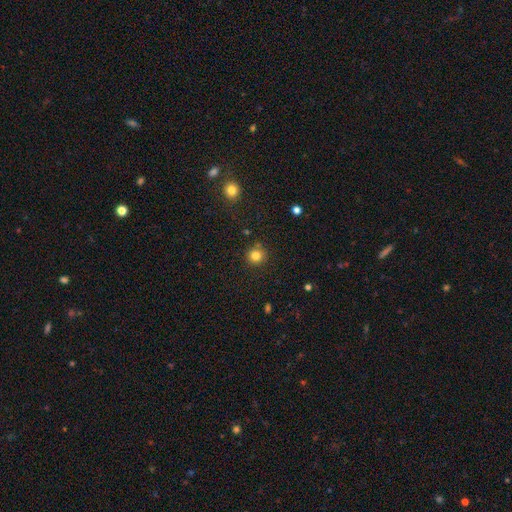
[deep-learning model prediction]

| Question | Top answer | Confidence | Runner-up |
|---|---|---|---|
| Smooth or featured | smooth | 82% | star or artifact (13%) |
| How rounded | round | 92% | in between (7%) |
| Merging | none | 85% | minor disturbance (8%) |